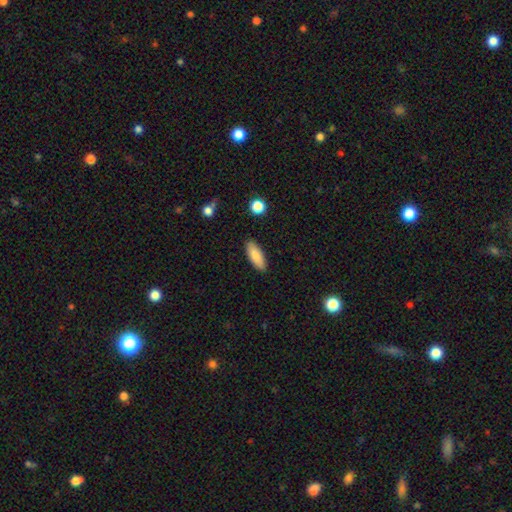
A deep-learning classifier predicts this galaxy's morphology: smooth_or_featured: smooth (p=0.84) [alt: featured or disk p=0.10]
how_rounded: in between (p=0.70) [alt: cigar-shaped p=0.28]
merging: none (p=0.88) [alt: minor disturbance p=0.09]